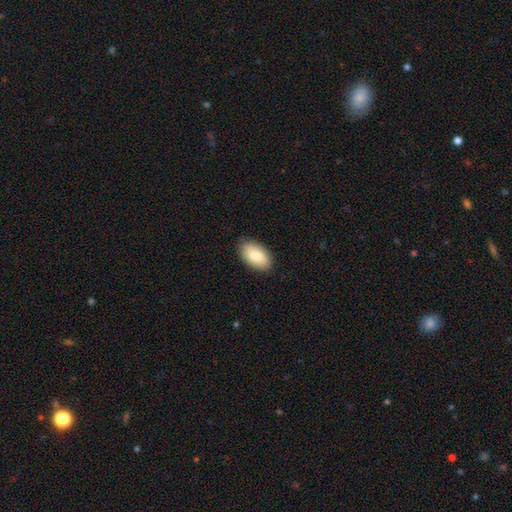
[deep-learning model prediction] Smooth or featured?
  - smooth: 81% *
  - featured or disk: 14%
  - star or artifact: 6%
How rounded?
  - in between: 95% *
  - round: 3%
  - cigar-shaped: 2%
Merging?
  - none: 86% *
  - minor disturbance: 11%
  - major disturbance: 2%
  - merger: 1%